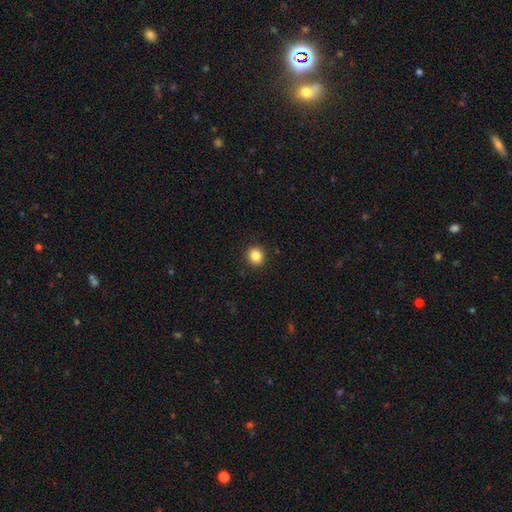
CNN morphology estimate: A smooth galaxy with no disk features (86%) that is round (80%). Merging: none (92%).